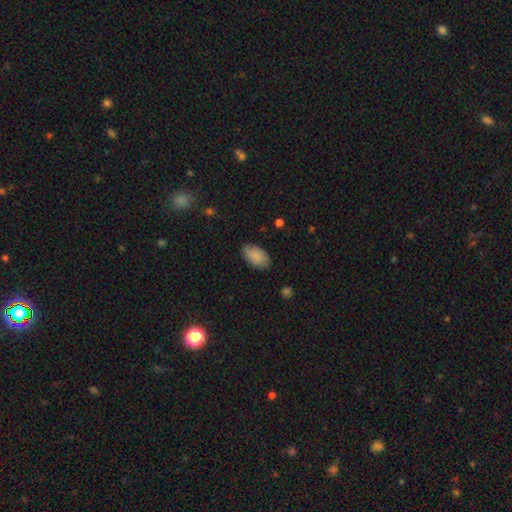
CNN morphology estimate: Smooth or featured: smooth — 88% (star or artifact — 6%)
How rounded: in between — 94% (round — 4%)
Merging: none — 84% (minor disturbance — 13%)